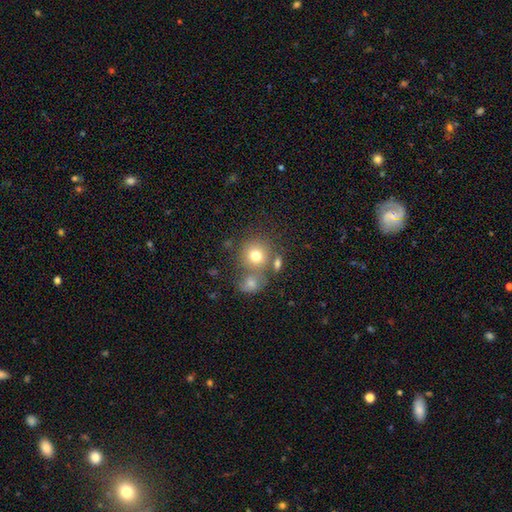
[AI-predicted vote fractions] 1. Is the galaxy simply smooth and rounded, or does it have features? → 75% smooth, 13% featured or disk, 12% star or artifact.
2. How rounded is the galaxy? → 85% round, 14% in between, 1% cigar-shaped.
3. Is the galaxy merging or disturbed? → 60% none, 24% merger, 11% minor disturbance, 5% major disturbance.